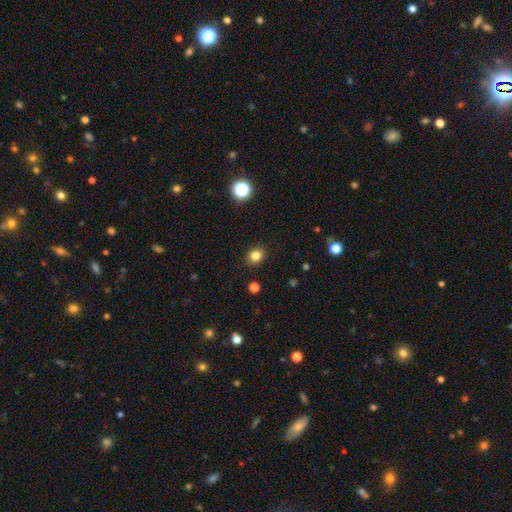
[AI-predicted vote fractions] Morphology: type=smooth (82%); roundness=round (72%); merging=none (90%).